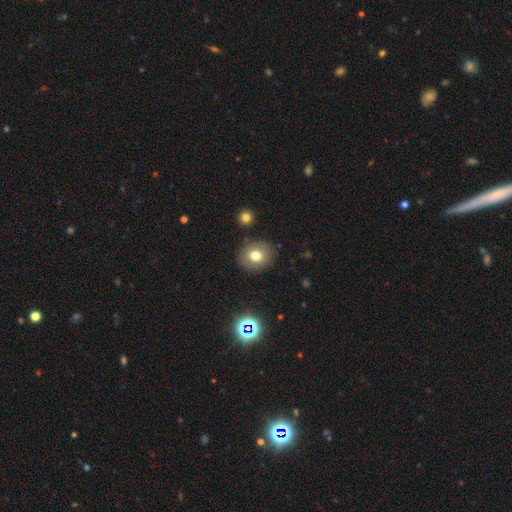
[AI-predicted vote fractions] Morphology: type=smooth (75%); roundness=round (64%); merging=none (86%).